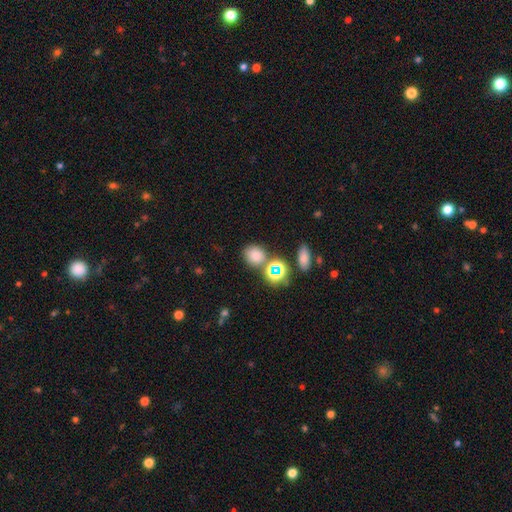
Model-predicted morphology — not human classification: A smooth galaxy with no disk features (74%) that is round (69%). Merging: none (69%).